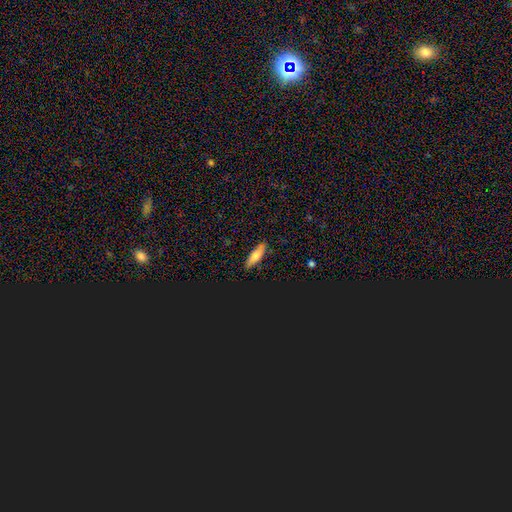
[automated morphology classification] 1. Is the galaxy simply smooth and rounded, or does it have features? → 68% smooth, 20% featured or disk, 12% star or artifact.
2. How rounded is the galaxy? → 53% in between, 44% cigar-shaped, 3% round.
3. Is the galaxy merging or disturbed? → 86% none, 11% minor disturbance, 2% major disturbance, 1% merger.